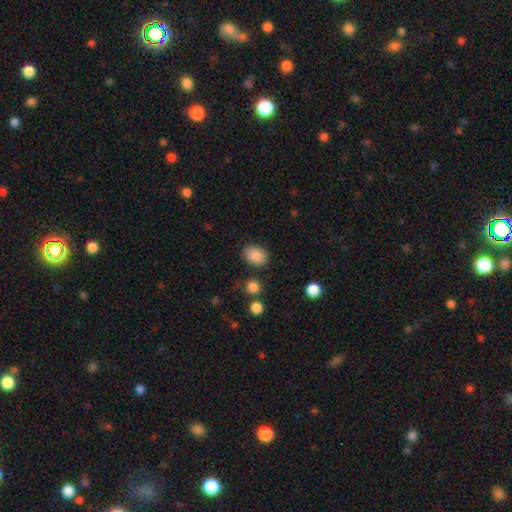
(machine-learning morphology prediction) Smooth or featured: smooth — 87% (star or artifact — 8%)
How rounded: in between — 73% (round — 26%)
Merging: none — 82% (minor disturbance — 12%)